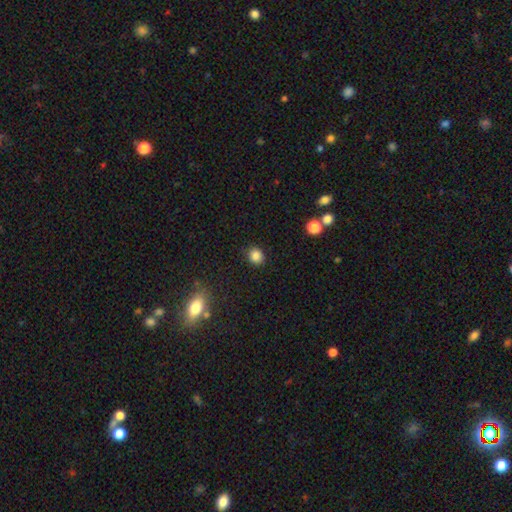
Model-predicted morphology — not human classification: Overall: smooth (84%). How rounded: round (78%). Merging: none (88%).